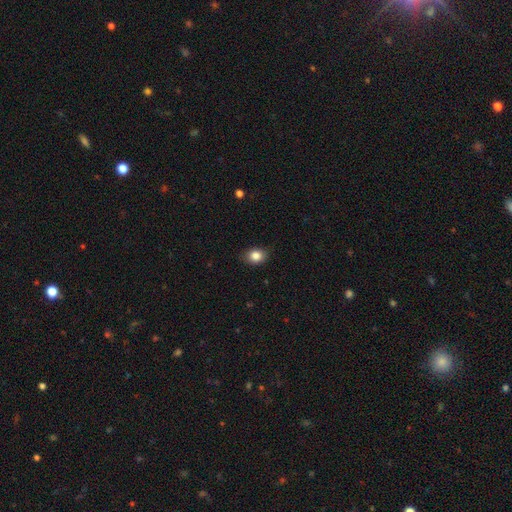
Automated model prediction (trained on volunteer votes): Morphology: type=smooth (85%); roundness=in between (53%); merging=none (84%).